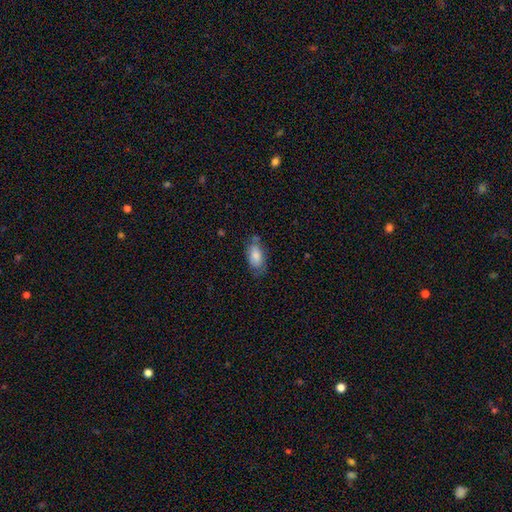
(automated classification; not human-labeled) A smooth galaxy with no disk features (80%) that is in between round and cigar-shaped (91%).

Vote fractions:
- Smooth or featured? smooth: 80% / featured or disk: 13% / star or artifact: 7%
- How rounded? in between: 91% / cigar-shaped: 5% / round: 4%
- Merging? none: 61% / minor disturbance: 26% / major disturbance: 7% / merger: 6%